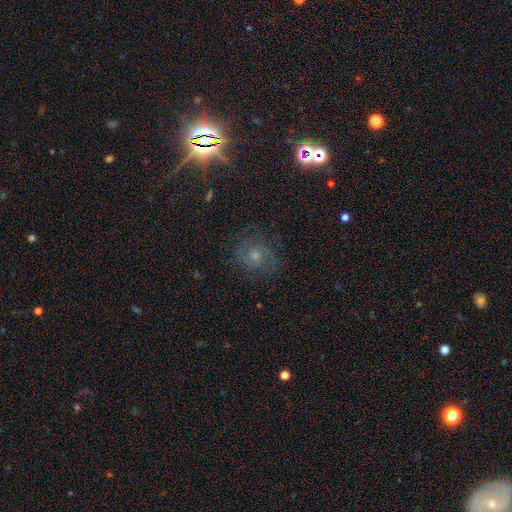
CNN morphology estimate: This is marginally a featured or disk galaxy (41%). Merging: likely none (75%).